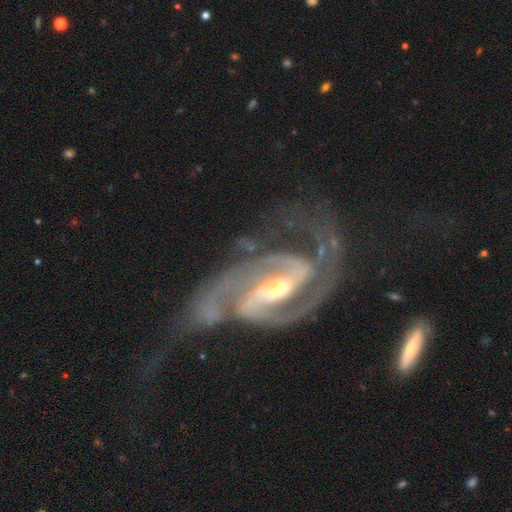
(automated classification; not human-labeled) A featured or disk galaxy (94%) with a strong bar (52%), 2 (90%) medium (52%) spiral arms (98%) and a moderate central bulge (54%).

Vote fractions:
- Smooth or featured? featured or disk: 94% / star or artifact: 4% / smooth: 2%
- Edge-on disk? no: 97% / yes: 3%
- Bar? strong: 52% / weak: 36% / no: 12%
- Spiral arms? yes: 98% / no: 2%
- Spiral winding? medium: 52% / tight: 36% / loose: 12%
- Spiral arm count? 2: 90% / 3: 3% / can't tell: 2% / 1: 2% / 4: 1% / more than 4: 1%
- Bulge size? moderate: 54% / small: 36% / large: 6% / none: 2% / dominant: 1%
- Merging? none: 46% / major disturbance: 26% / minor disturbance: 20% / merger: 7%